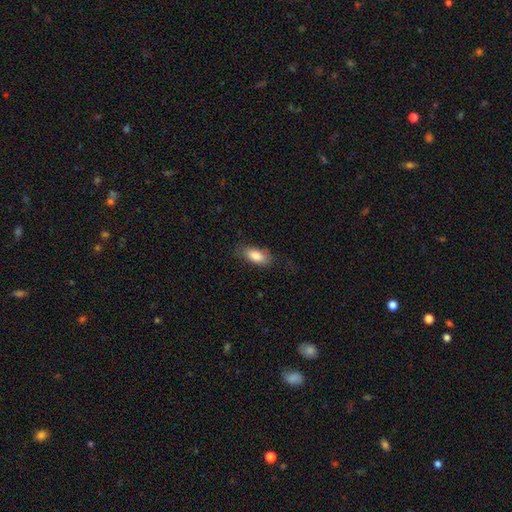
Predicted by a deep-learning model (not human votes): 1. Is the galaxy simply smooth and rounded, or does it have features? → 82% smooth, 11% featured or disk, 7% star or artifact.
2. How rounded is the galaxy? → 86% in between, 11% cigar-shaped, 3% round.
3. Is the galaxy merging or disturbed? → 75% none, 18% minor disturbance, 6% major disturbance, 1% merger.